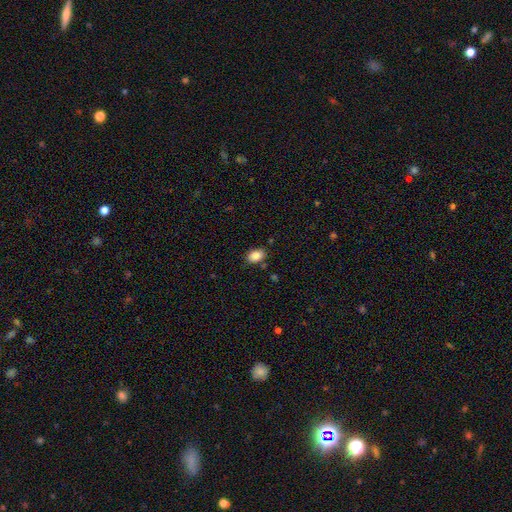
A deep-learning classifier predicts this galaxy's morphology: The model was most divided on "how rounded": in between: 83%, round: 15%, cigar-shaped: 1%. More confident: smooth or featured — smooth (86%); merging — none (83%).